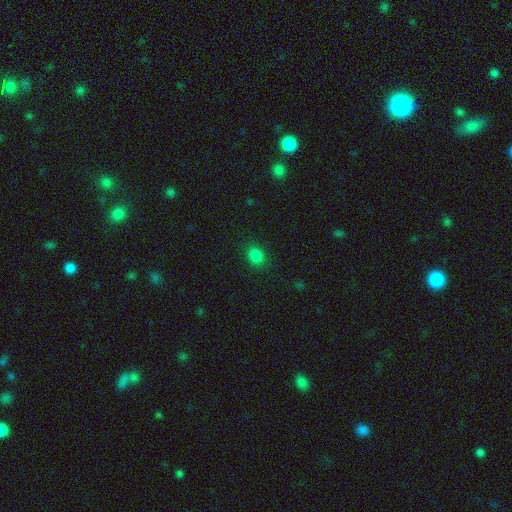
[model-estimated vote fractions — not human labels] Smooth or featured: smooth — 83% (star or artifact — 13%)
How rounded: round — 50% (in between — 48%)
Merging: none — 88% (minor disturbance — 9%)